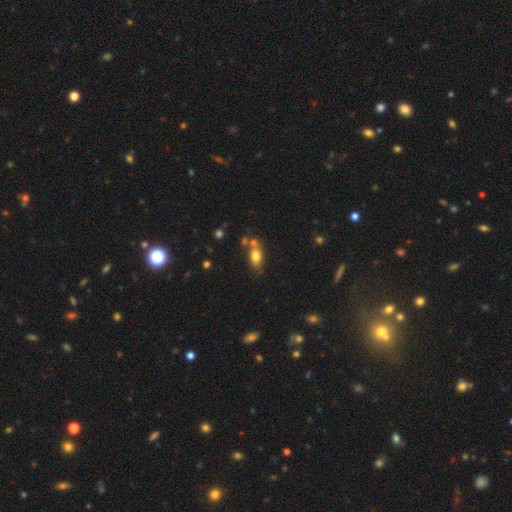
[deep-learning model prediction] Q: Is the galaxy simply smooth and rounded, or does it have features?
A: smooth — 76%.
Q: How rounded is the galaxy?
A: in between — 82%.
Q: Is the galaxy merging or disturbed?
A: none — 54%.